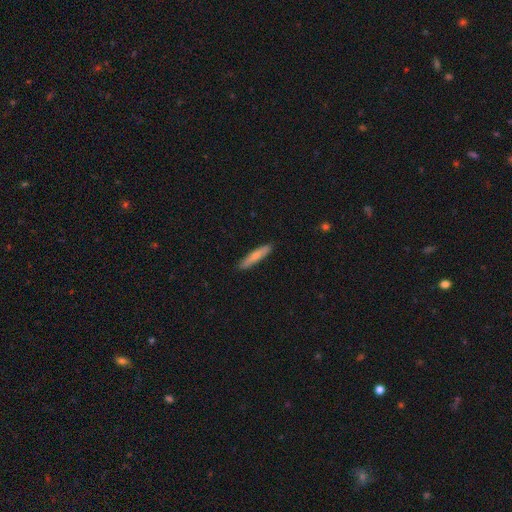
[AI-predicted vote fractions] A smooth galaxy with no disk features (71%) that is cigar-shaped (88%). Merging: none (89%).